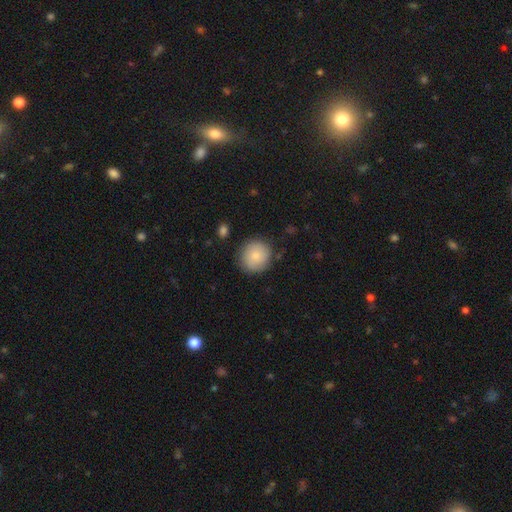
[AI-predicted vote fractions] The model was most divided on "smooth or featured": smooth: 81%, featured or disk: 12%, star or artifact: 7%. More confident: how rounded — round (90%); merging — none (84%).